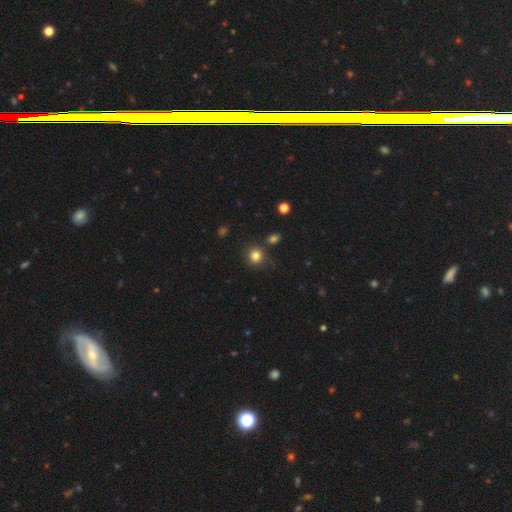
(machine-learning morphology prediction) Smooth or featured? smooth (82%)
How rounded? round (87%)
Merging? none (79%)